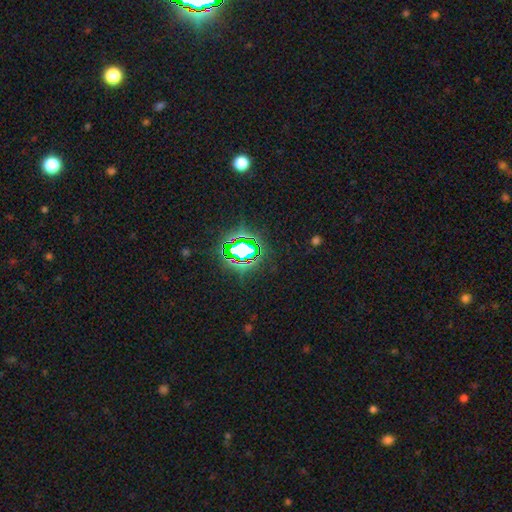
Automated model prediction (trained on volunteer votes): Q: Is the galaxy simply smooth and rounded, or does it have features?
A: star or artifact — 78%.